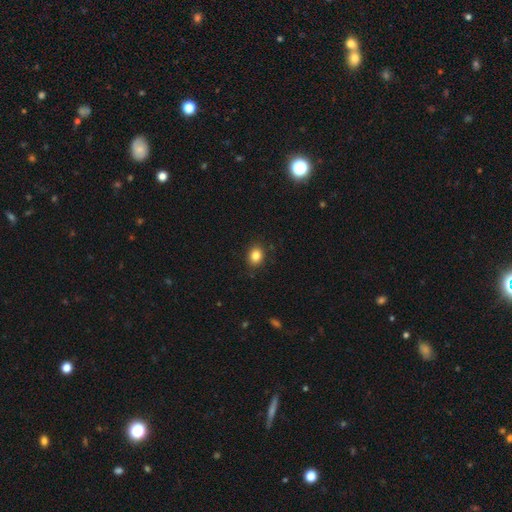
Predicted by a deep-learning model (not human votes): Smooth or featured? Predicted: smooth (p=0.84). How rounded? Predicted: round (p=0.52). Merging? Predicted: none (p=0.88).